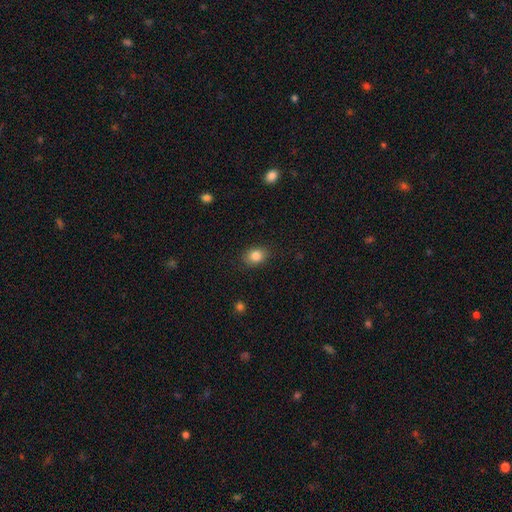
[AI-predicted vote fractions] A smooth galaxy with no disk features (84%) that is in between round and cigar-shaped (58%).

Vote fractions:
- Smooth or featured? smooth: 84% / star or artifact: 9% / featured or disk: 6%
- How rounded? in between: 58% / round: 41% / cigar-shaped: 1%
- Merging? none: 86% / minor disturbance: 10% / major disturbance: 3% / merger: 1%